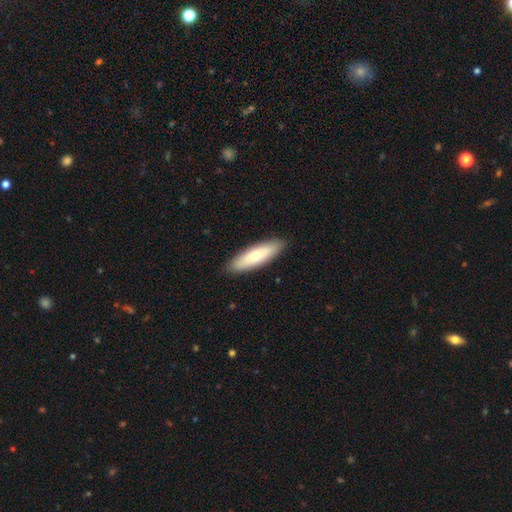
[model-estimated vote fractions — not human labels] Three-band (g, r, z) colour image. It shows a smooth galaxy with no disk features (70%) that is cigar-shaped (53%). Merging: none (89%).